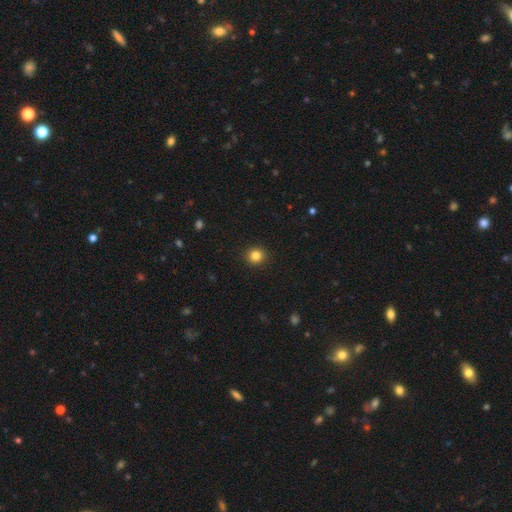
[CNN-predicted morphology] Smooth or featured: smooth — 83% (star or artifact — 12%)
How rounded: round — 92% (in between — 7%)
Merging: none — 93% (minor disturbance — 5%)